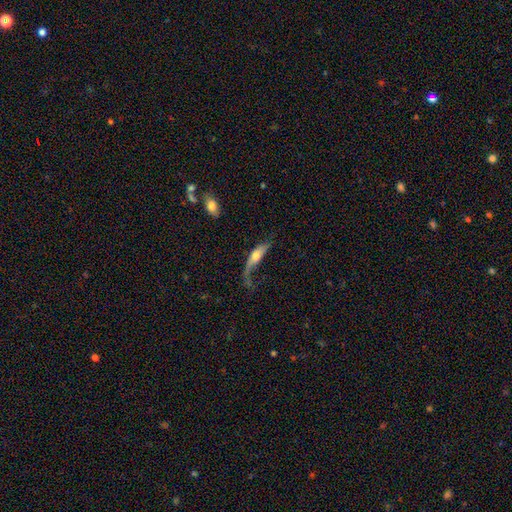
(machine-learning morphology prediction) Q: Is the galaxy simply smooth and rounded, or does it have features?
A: featured or disk — 48%.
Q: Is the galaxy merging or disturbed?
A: major disturbance — 45%.